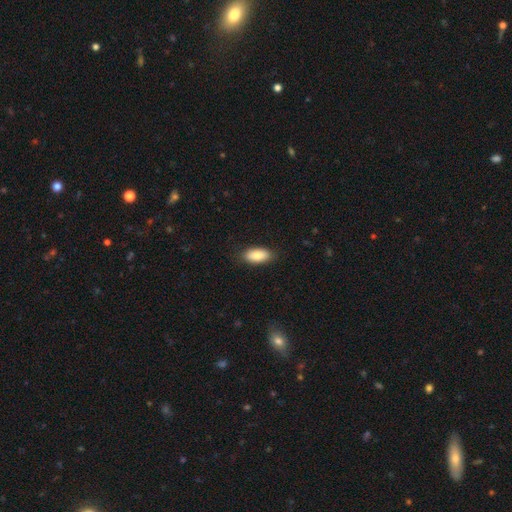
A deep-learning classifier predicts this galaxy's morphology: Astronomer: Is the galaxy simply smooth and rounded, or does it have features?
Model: smooth — 86%.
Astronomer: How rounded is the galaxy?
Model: in between — 90%.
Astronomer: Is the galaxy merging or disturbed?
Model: none — 86%.